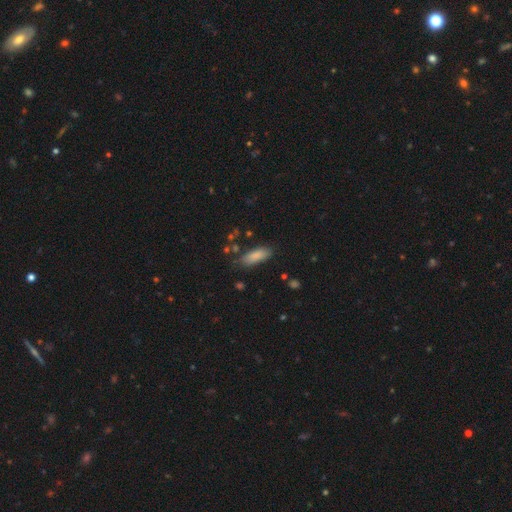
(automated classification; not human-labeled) Smooth or featured: smooth — 86% (star or artifact — 7%)
How rounded: in between — 68% (cigar-shaped — 30%)
Merging: none — 76% (minor disturbance — 17%)